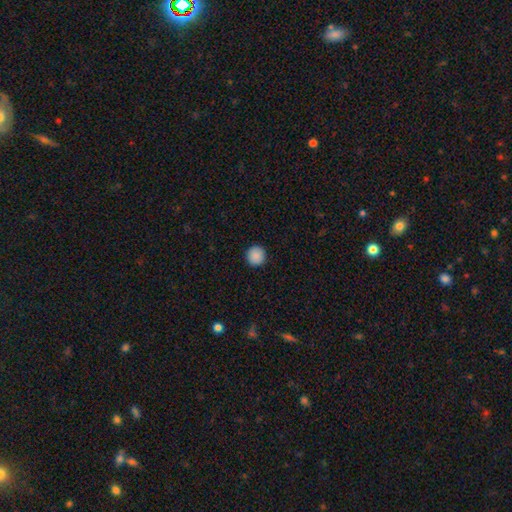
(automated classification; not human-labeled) A smooth galaxy with no disk features (89%) that is round (95%).

Vote fractions:
- Smooth or featured? smooth: 89% / star or artifact: 8% / featured or disk: 2%
- How rounded? round: 95% / in between: 4% / cigar-shaped: 1%
- Merging? none: 93% / minor disturbance: 5% / major disturbance: 2% / merger: 1%